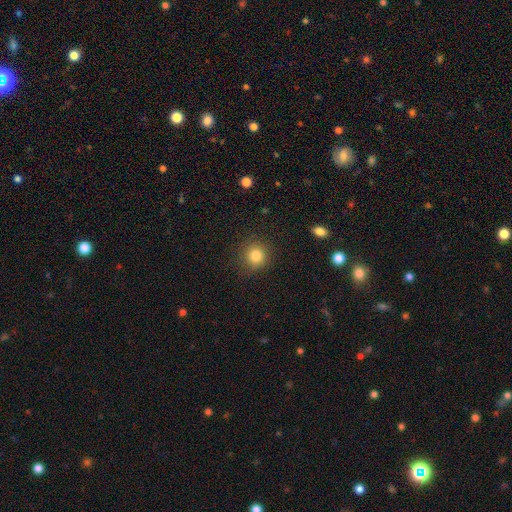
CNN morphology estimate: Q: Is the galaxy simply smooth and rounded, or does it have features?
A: smooth — 82%.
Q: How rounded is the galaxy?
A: round — 91%.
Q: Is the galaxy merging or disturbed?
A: none — 88%.